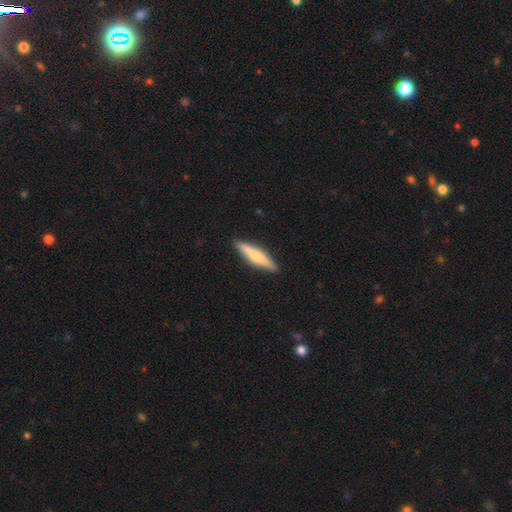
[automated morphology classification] This is possibly a smooth galaxy (58%). How rounded: clearly cigar-shaped (87%). Merging: clearly none (90%).